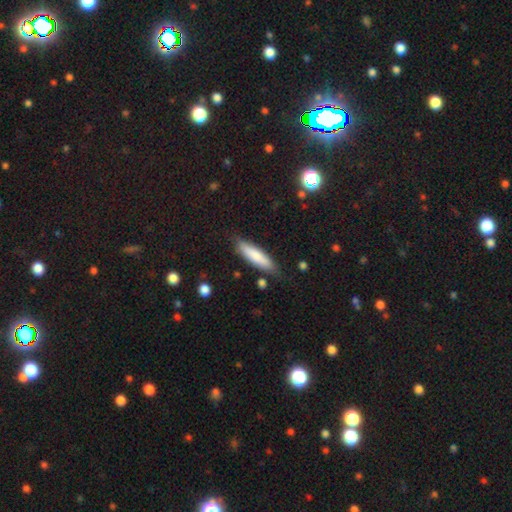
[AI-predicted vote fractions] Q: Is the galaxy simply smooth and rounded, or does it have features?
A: smooth — 77%.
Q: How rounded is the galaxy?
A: cigar-shaped — 69%.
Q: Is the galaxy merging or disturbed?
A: none — 80%.